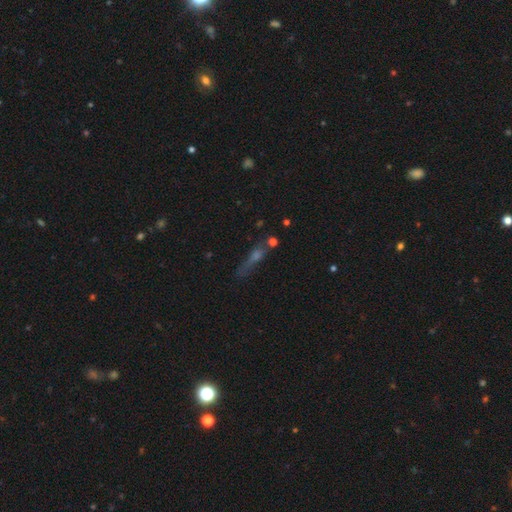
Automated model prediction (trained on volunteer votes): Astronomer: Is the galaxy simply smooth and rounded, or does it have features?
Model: smooth — 37% (runner-up: featured or disk, 34%).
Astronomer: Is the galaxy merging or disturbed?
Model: none — 54%.